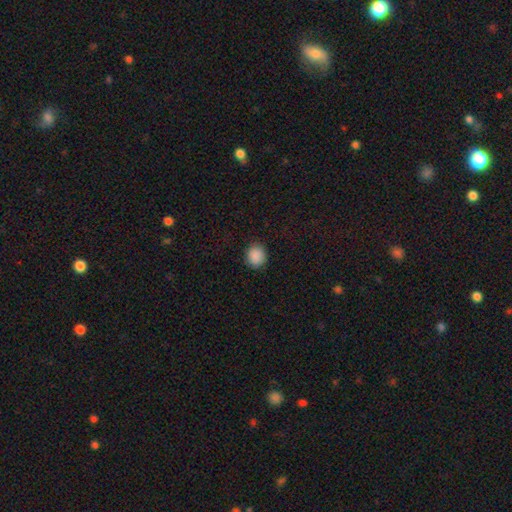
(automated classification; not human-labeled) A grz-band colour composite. It shows a smooth galaxy with no disk features (89%) that is round (80%). Merging: none (90%).